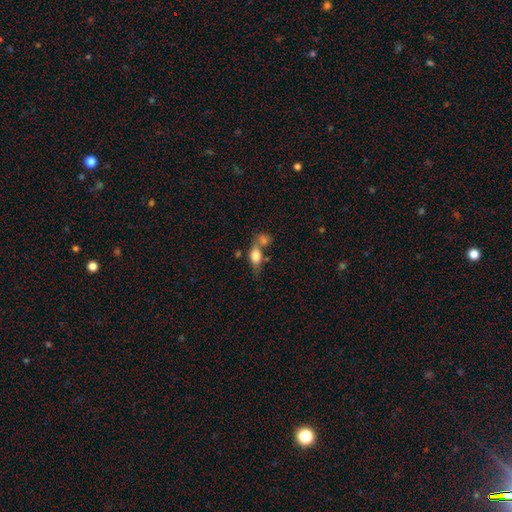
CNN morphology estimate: smooth_or_featured: smooth (p=0.73) [alt: featured or disk p=0.19]
how_rounded: in between (p=0.74) [alt: round p=0.15]
merging: merger (p=0.46) [alt: none p=0.32]